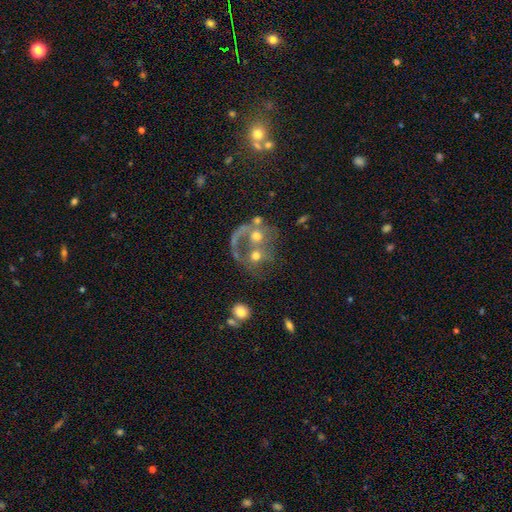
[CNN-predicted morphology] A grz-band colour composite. It shows a featured or disk galaxy (55%) with no bar (85%), no spiral arms (64%) and a moderate central bulge (55%). Merging: merger (49%).